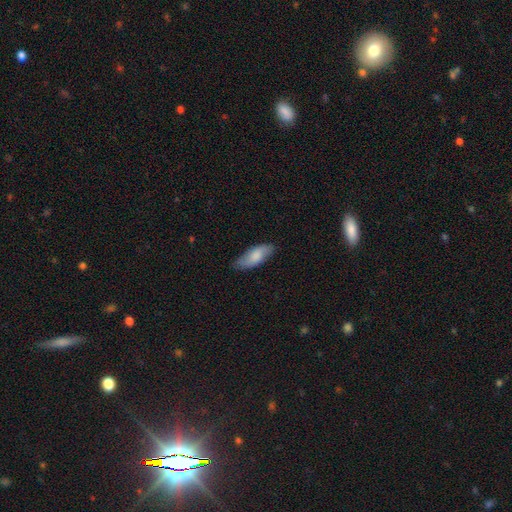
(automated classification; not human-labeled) Smooth or featured? smooth (75%)
How rounded? in between (78%)
Merging? none (77%)